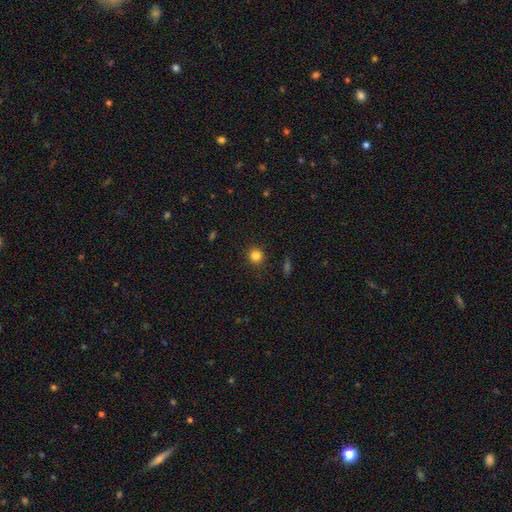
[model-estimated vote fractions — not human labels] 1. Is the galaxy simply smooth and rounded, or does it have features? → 82% smooth, 13% star or artifact, 5% featured or disk.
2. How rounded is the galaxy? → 92% round, 7% in between, 1% cigar-shaped.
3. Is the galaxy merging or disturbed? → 90% none, 6% minor disturbance, 2% major disturbance, 1% merger.